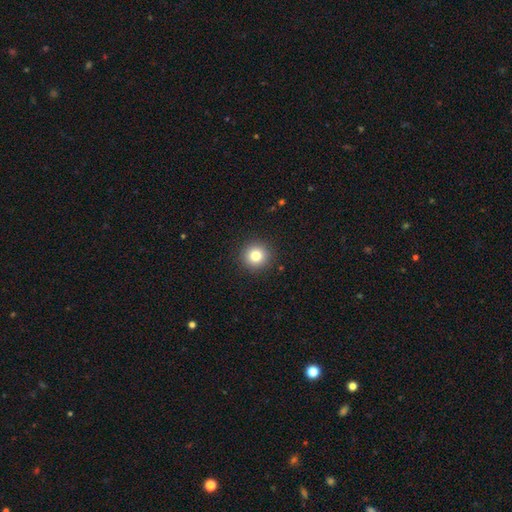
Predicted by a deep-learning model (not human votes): Morphology: type=smooth (81%); roundness=round (95%); merging=none (92%).